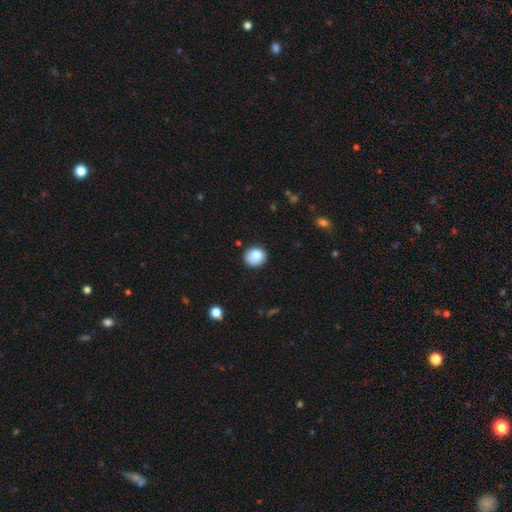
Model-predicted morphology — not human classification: A smooth galaxy with no disk features (85%) that is round (84%). Merging: none (87%).